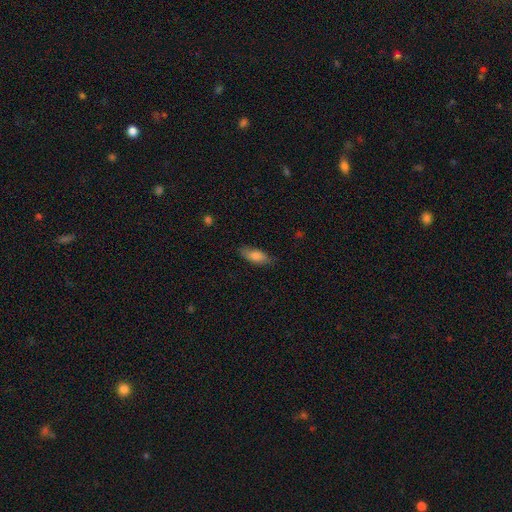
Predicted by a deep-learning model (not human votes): smooth_or_featured: smooth (p=0.81) [alt: featured or disk p=0.13]
how_rounded: in between (p=0.71) [alt: cigar-shaped p=0.26]
merging: none (p=0.79) [alt: minor disturbance p=0.16]